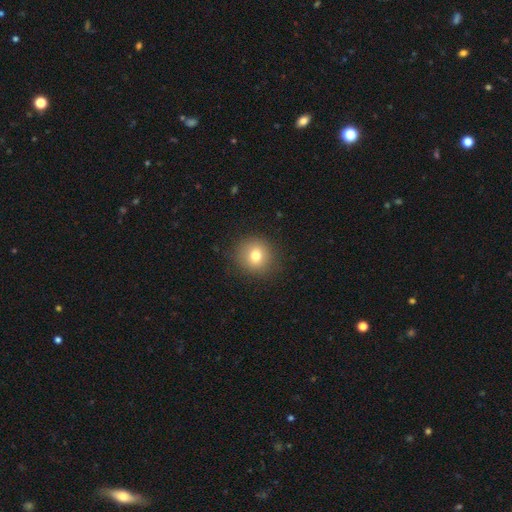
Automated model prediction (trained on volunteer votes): This appears to be a smooth galaxy with no disk features (77%) that is round (89%). Merging: none (88%).